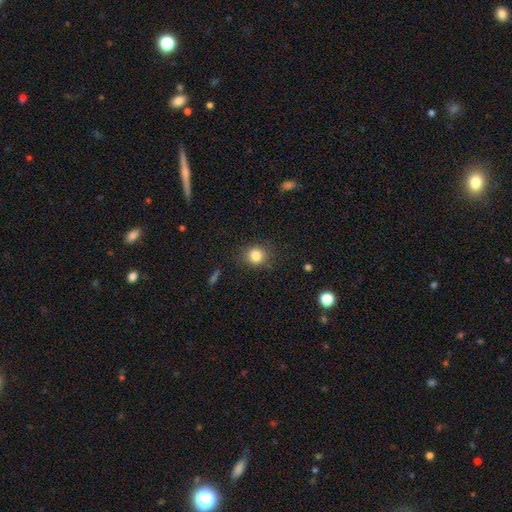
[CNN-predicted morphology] Smooth or featured? Predicted: smooth (p=0.83). How rounded? Predicted: round (p=0.82). Merging? Predicted: none (p=0.84).